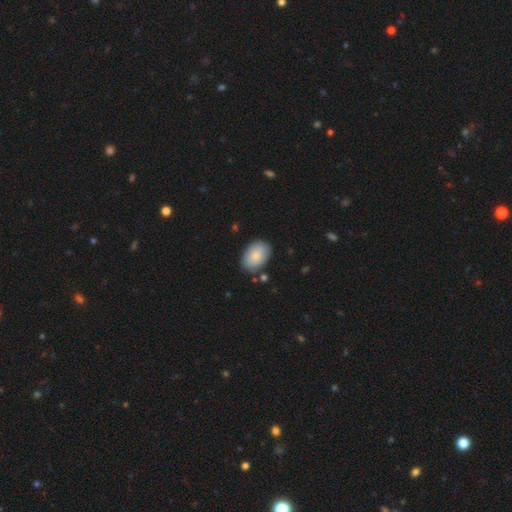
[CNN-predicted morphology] Smooth or featured? Predicted: smooth (p=0.85). How rounded? Predicted: in between (p=0.87). Merging? Predicted: none (p=0.82).